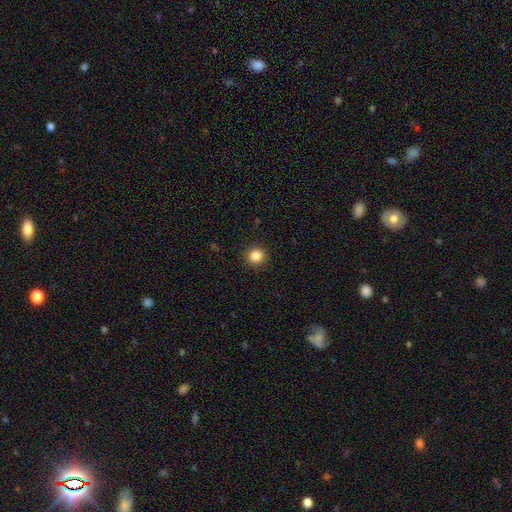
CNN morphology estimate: type=smooth (86%); roundness=round (92%); merging=none (92%).